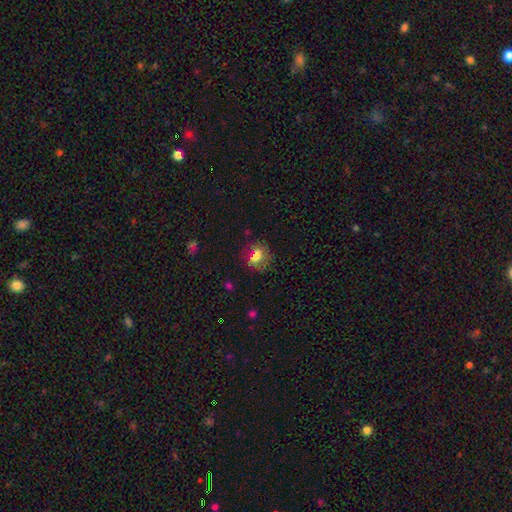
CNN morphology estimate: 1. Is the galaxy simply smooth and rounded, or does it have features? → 67% smooth, 21% featured or disk, 12% star or artifact.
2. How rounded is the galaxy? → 51% in between, 45% round, 3% cigar-shaped.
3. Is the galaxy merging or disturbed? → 68% none, 19% minor disturbance, 9% major disturbance, 4% merger.